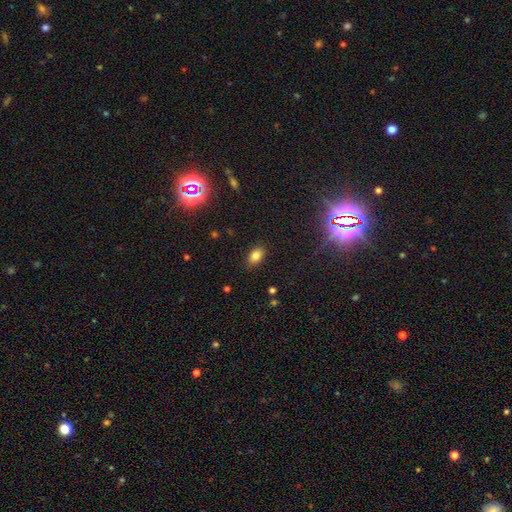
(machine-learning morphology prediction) smooth_or_featured: smooth (p=0.82) [alt: star or artifact p=0.12]
how_rounded: in between (p=0.85) [alt: round p=0.14]
merging: none (p=0.86) [alt: minor disturbance p=0.10]